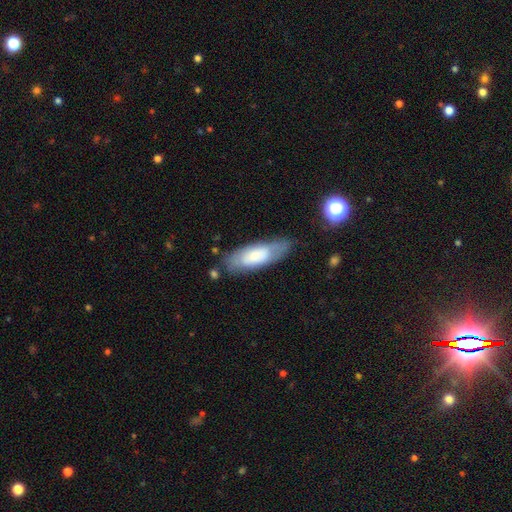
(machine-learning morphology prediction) A smooth galaxy with no disk features (58%) that is in between round and cigar-shaped (65%). Merging: none (66%).